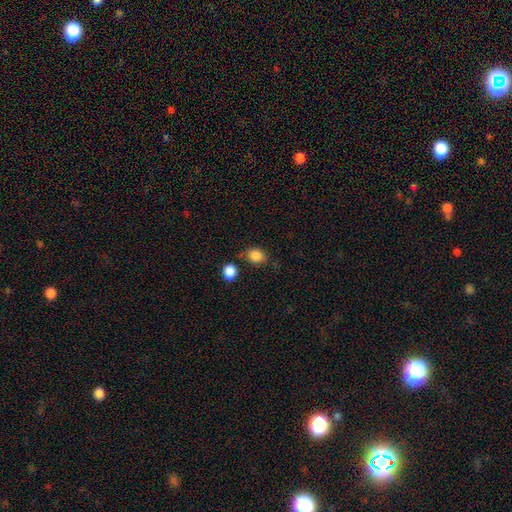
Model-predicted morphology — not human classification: Smooth or featured: smooth — 86% (star or artifact — 9%)
How rounded: round — 57% (in between — 42%)
Merging: none — 68% (minor disturbance — 18%)